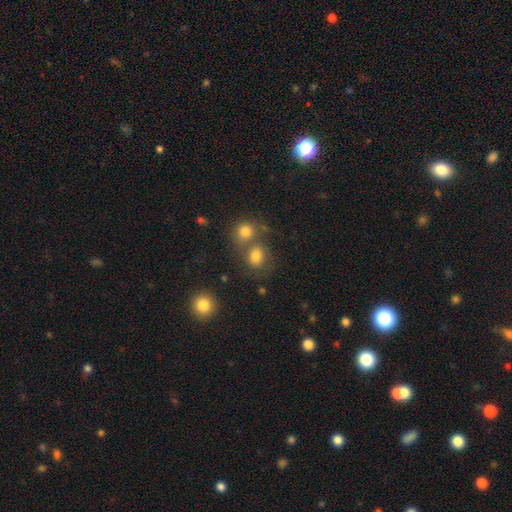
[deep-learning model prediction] Smooth or featured?
  - smooth: 75% *
  - star or artifact: 14%
  - featured or disk: 11%
How rounded?
  - round: 72% *
  - in between: 27%
  - cigar-shaped: 1%
Merging?
  - none: 47% *
  - merger: 38%
  - minor disturbance: 10%
  - major disturbance: 5%